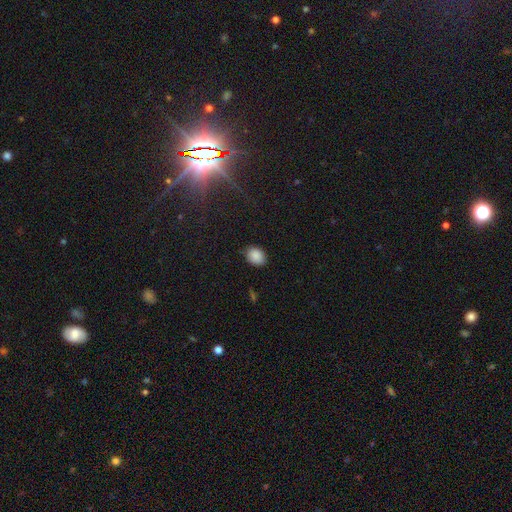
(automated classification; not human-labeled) Smooth or featured?
  - smooth: 87% *
  - star or artifact: 9%
  - featured or disk: 4%
How rounded?
  - in between: 55% *
  - round: 44%
  - cigar-shaped: 1%
Merging?
  - none: 82% *
  - minor disturbance: 15%
  - major disturbance: 3%
  - merger: 1%